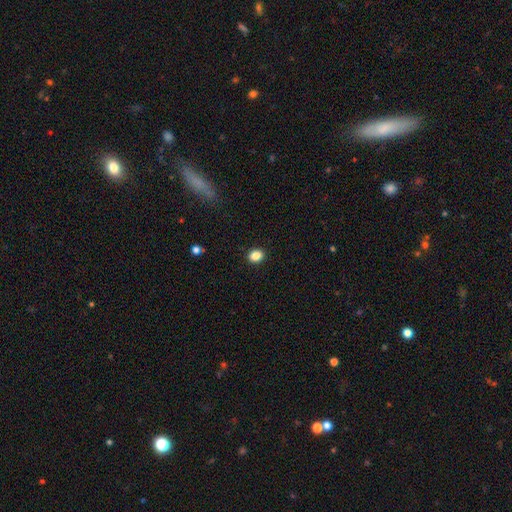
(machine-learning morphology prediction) smooth_or_featured: smooth (p=0.86) [alt: star or artifact p=0.10]
how_rounded: round (p=0.53) [alt: in between p=0.46]
merging: none (p=0.91) [alt: minor disturbance p=0.06]